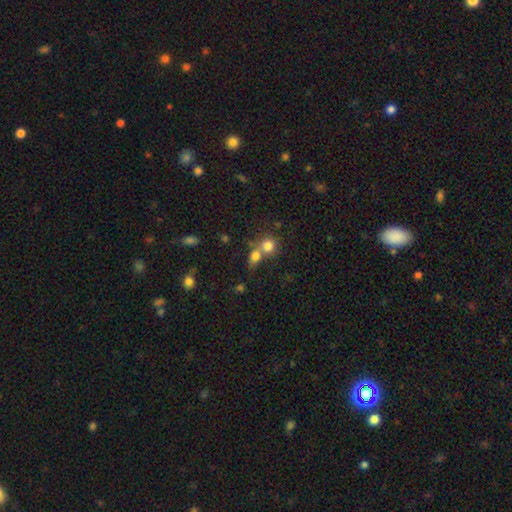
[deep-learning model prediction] This appears to be a smooth galaxy with no disk features (77%) that is round (62%). Merging: merger (52%).